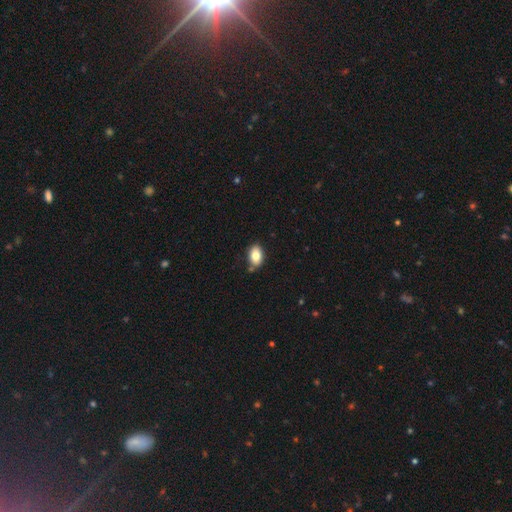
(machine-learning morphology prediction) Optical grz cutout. It shows a smooth galaxy with no disk features (82%) that is in between round and cigar-shaped (86%). Merging: none (79%).